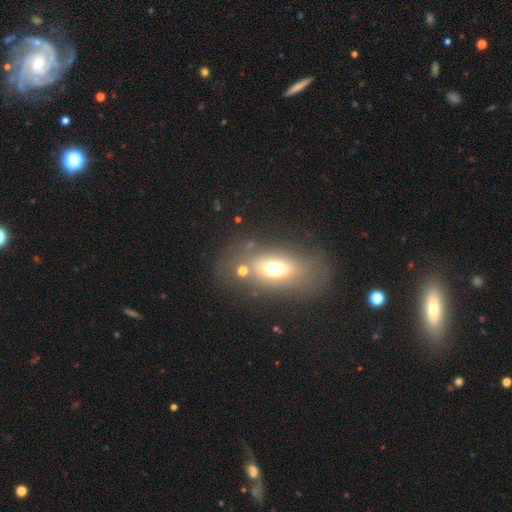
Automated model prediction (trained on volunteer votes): Smooth or featured? smooth (47%)
Merging? none (66%)